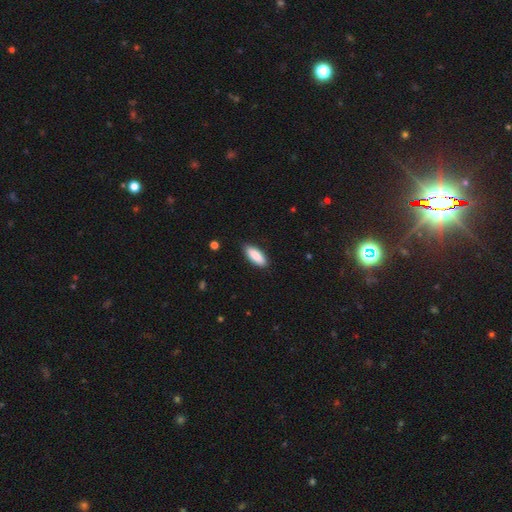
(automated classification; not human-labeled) smooth 88%, featured or disk 6%, star or artifact 6%. Down the decision tree: how rounded — in between (76%); merging — none (87%).